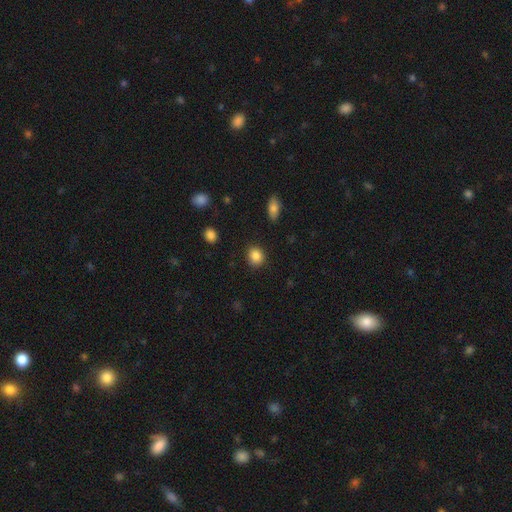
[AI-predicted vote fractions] Smooth or featured?
  - smooth: 87% *
  - star or artifact: 9%
  - featured or disk: 4%
How rounded?
  - round: 75% *
  - in between: 24%
  - cigar-shaped: 1%
Merging?
  - none: 88% *
  - minor disturbance: 8%
  - major disturbance: 2%
  - merger: 2%